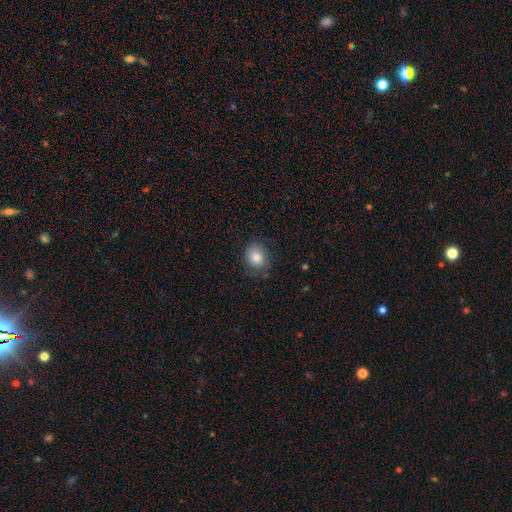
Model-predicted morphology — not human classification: Overall: smooth (82%). How rounded: round (66%; in between 33%). Merging: none (79%).